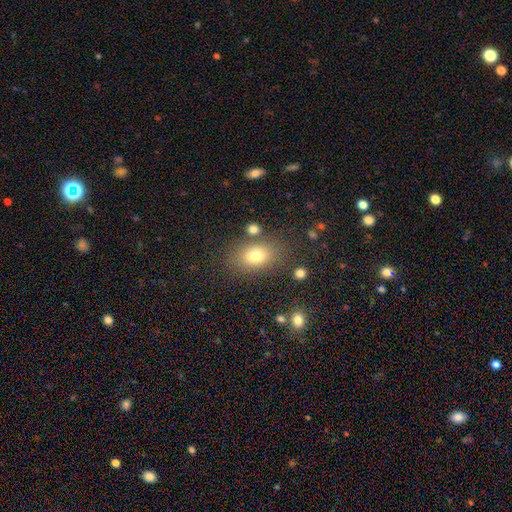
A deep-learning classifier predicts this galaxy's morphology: The model was most divided on "how rounded": in between: 77%, round: 22%, cigar-shaped: 2%. More confident: merging — none (77%); smooth or featured — smooth (76%).